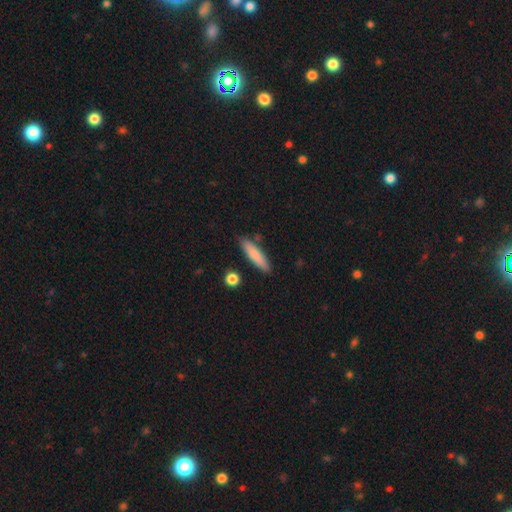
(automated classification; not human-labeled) A smooth galaxy with no disk features (79%) that is cigar-shaped (79%).

Vote fractions:
- Smooth or featured? smooth: 79% / featured or disk: 15% / star or artifact: 6%
- How rounded? cigar-shaped: 79% / in between: 20% / round: 2%
- Merging? none: 85% / minor disturbance: 10% / merger: 3% / major disturbance: 2%